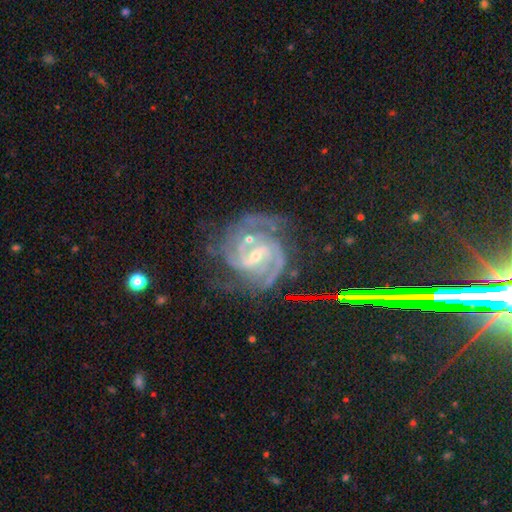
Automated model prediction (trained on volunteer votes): smooth_or_featured: featured or disk (p=0.90) [alt: star or artifact p=0.07]
disk_edge_on: no (p=0.98) [alt: yes p=0.02]
bar: weak (p=0.49) [alt: strong p=0.33]
has_spiral_arms: yes (p=0.98) [alt: no p=0.02]
spiral_winding: tight (p=0.51) [alt: medium p=0.43]
spiral_arm_count: 2 (p=0.54) [alt: 3 p=0.23]
bulge_size: small (p=0.65) [alt: moderate p=0.31]
merging: none (p=0.64) [alt: minor disturbance p=0.20]